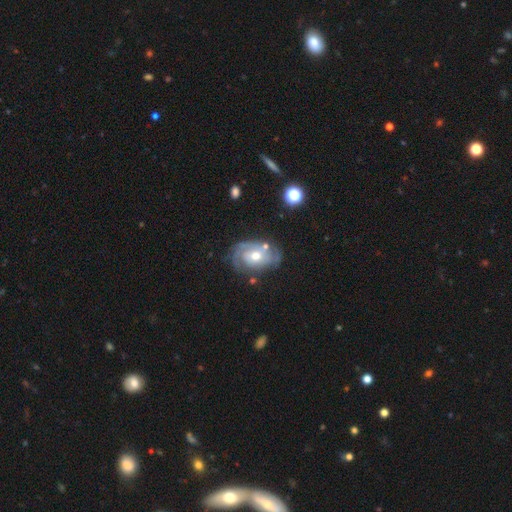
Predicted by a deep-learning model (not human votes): This is likely a featured or disk galaxy (79%). It is clearly not viewed edge-on (96%). Bar: likely no (73%). Spiral arm pattern: clearly yes (88%). Spiral arm count: marginally 2 (37%). Spiral winding: likely tight (63%). Central bulge: likely moderate (68%). Merging: likely none (64%).